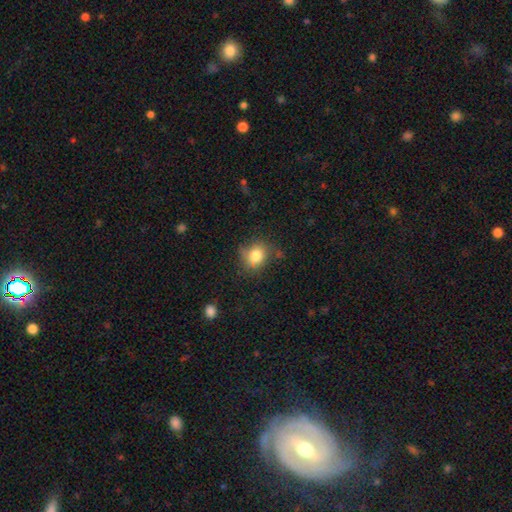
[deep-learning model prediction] Smooth or featured?
  - smooth: 80% *
  - star or artifact: 11%
  - featured or disk: 10%
How rounded?
  - round: 65% *
  - in between: 34%
  - cigar-shaped: 1%
Merging?
  - none: 67% *
  - minor disturbance: 23%
  - major disturbance: 7%
  - merger: 3%